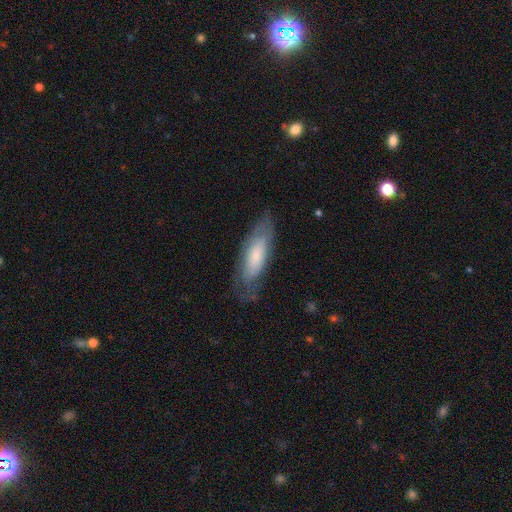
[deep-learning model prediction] Overall: smooth (56%; featured or disk 37%). How rounded: in between (56%; cigar-shaped 42%). Merging: none (71%).